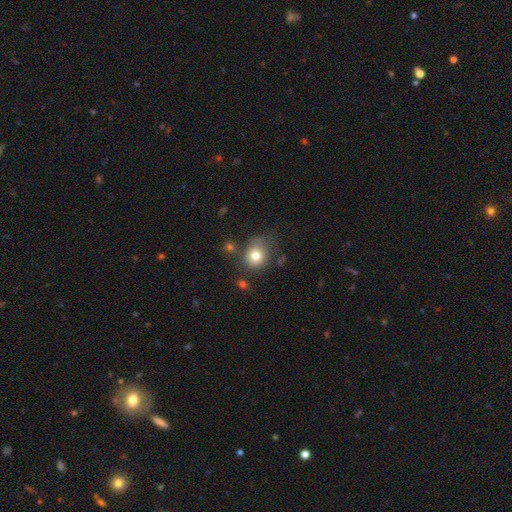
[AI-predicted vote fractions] Smooth or featured?
  - smooth: 78% *
  - star or artifact: 11%
  - featured or disk: 11%
How rounded?
  - round: 75% *
  - in between: 24%
  - cigar-shaped: 1%
Merging?
  - none: 62% *
  - minor disturbance: 22%
  - major disturbance: 9%
  - merger: 7%